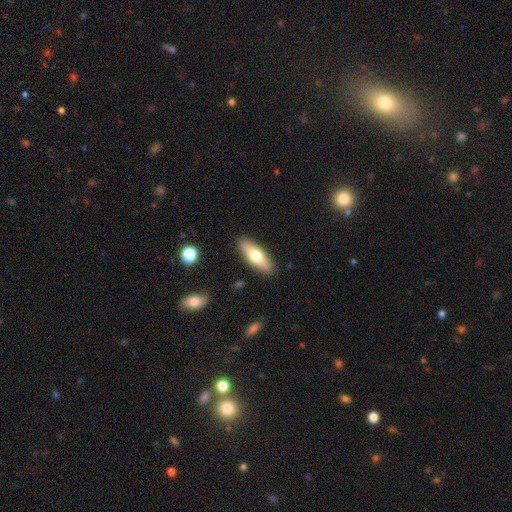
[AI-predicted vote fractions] A smooth galaxy with no disk features (66%) that is in between round and cigar-shaped (56%). Merging: none (89%).